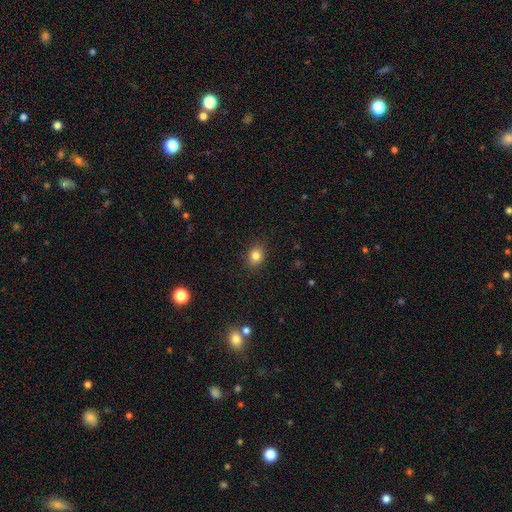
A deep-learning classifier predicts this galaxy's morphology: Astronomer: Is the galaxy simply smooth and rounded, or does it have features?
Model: smooth — 82%.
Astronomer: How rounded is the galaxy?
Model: round — 56% (runner-up: in between, 43%).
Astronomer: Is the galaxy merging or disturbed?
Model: none — 88%.